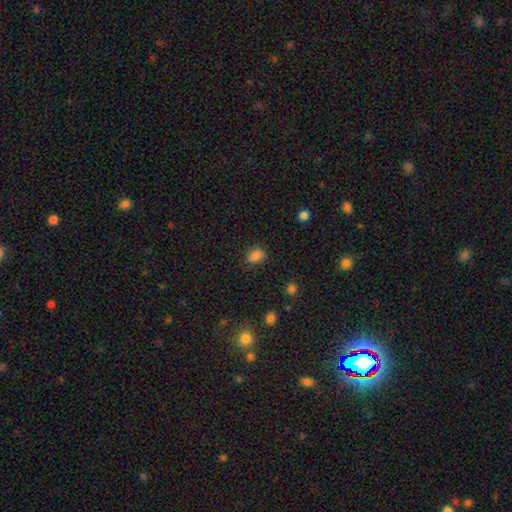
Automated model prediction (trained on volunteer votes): Smooth or featured? smooth (84%)
How rounded? in between (54%)
Merging? none (81%)